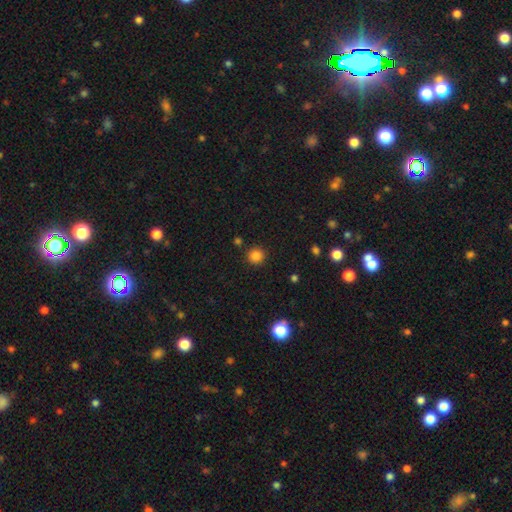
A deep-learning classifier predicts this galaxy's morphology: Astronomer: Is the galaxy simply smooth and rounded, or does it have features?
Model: smooth — 84%.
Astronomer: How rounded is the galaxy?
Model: round — 93%.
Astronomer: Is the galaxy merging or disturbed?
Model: none — 89%.